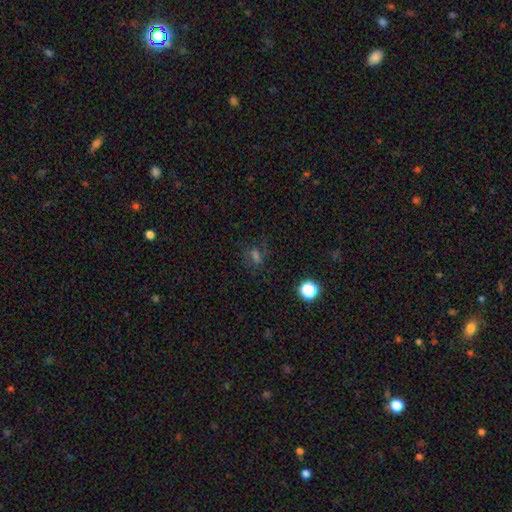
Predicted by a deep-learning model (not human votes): Smooth or featured: smooth — 44% (star or artifact — 39%)
Merging: none — 71% (minor disturbance — 15%)